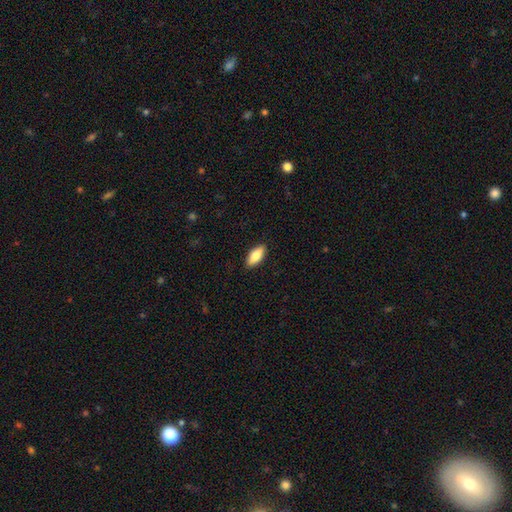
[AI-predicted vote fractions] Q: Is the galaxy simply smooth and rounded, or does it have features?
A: smooth — 82%.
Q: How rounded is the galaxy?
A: in between — 81%.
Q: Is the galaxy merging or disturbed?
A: none — 89%.